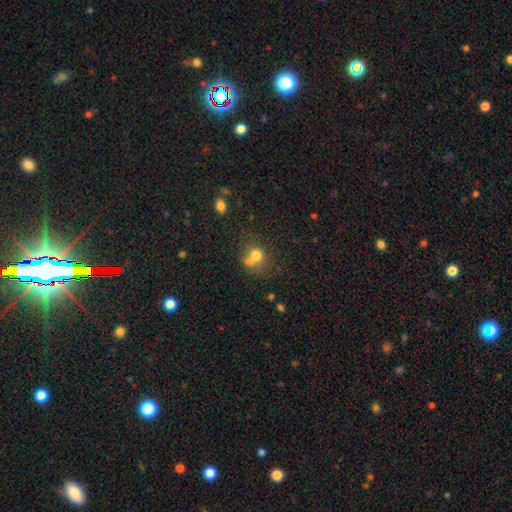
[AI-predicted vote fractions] smooth 72%, featured or disk 15%, star or artifact 14%. Down the decision tree: how rounded — round (77%); merging — merger (49%).